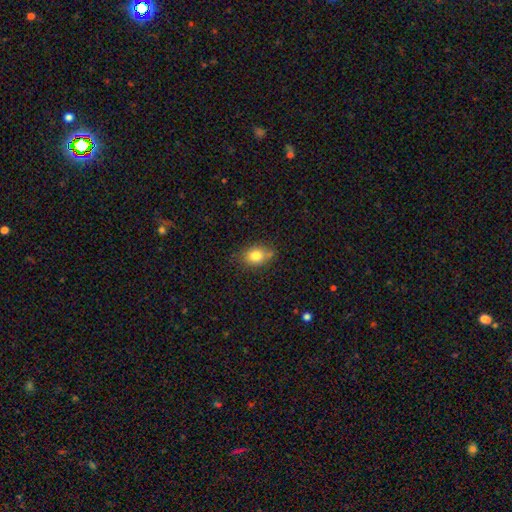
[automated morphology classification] smooth 81%, star or artifact 10%, featured or disk 10%. Down the decision tree: how rounded — in between (67%); merging — none (70%).